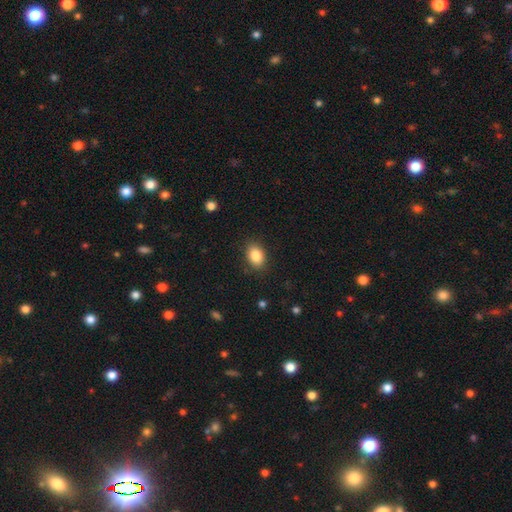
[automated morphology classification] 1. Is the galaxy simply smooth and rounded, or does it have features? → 86% smooth, 8% star or artifact, 6% featured or disk.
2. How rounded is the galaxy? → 78% in between, 20% round, 1% cigar-shaped.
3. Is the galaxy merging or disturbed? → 86% none, 10% minor disturbance, 3% major disturbance, 1% merger.